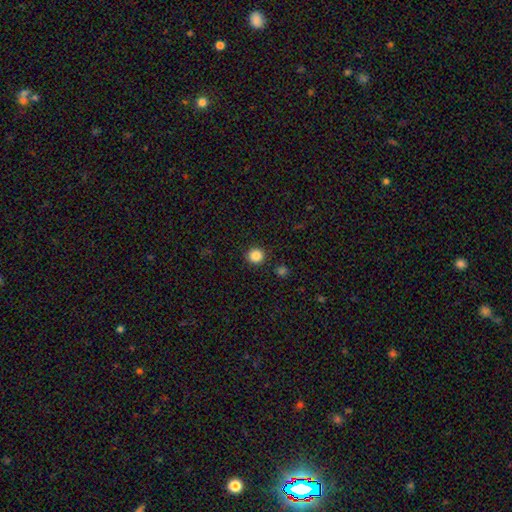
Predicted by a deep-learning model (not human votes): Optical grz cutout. It shows a smooth galaxy with no disk features (85%) that is round (91%). Merging: none (92%).